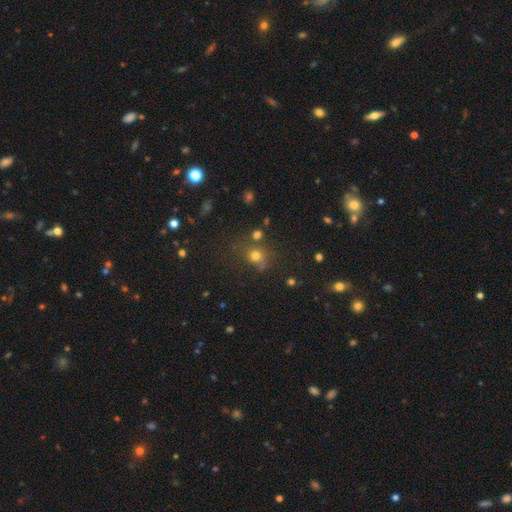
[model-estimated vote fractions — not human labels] Smooth or featured? Predicted: smooth (p=0.67). How rounded? Predicted: round (p=0.79). Merging? Predicted: none (p=0.62).